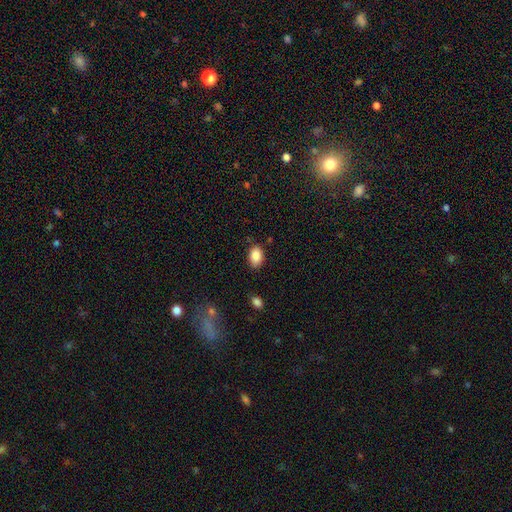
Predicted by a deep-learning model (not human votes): Smooth or featured?
  - smooth: 85% *
  - star or artifact: 8%
  - featured or disk: 7%
How rounded?
  - in between: 84% *
  - round: 15%
  - cigar-shaped: 1%
Merging?
  - none: 82% *
  - minor disturbance: 14%
  - major disturbance: 3%
  - merger: 2%